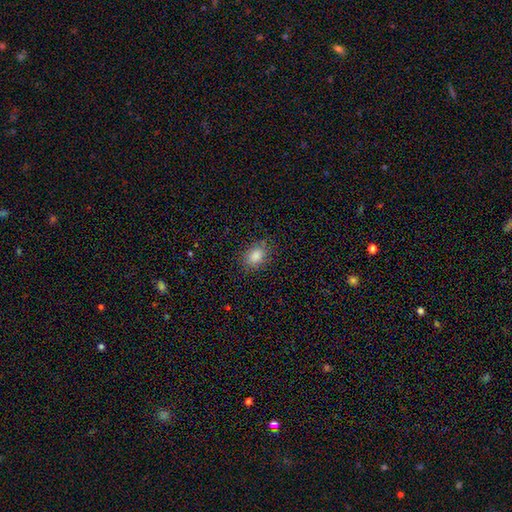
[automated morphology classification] Smooth or featured? smooth (84%)
How rounded? in between (67%)
Merging? none (84%)